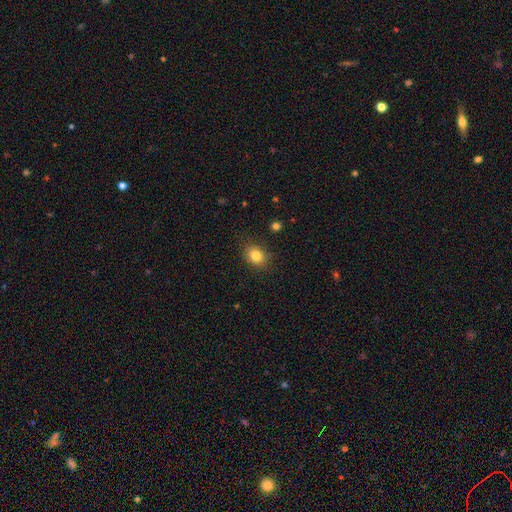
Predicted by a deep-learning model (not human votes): A smooth galaxy with no disk features (82%) that is in between round and cigar-shaped (62%).

Vote fractions:
- Smooth or featured? smooth: 82% / star or artifact: 10% / featured or disk: 8%
- How rounded? in between: 62% / round: 37% / cigar-shaped: 1%
- Merging? none: 85% / minor disturbance: 11% / major disturbance: 3% / merger: 1%